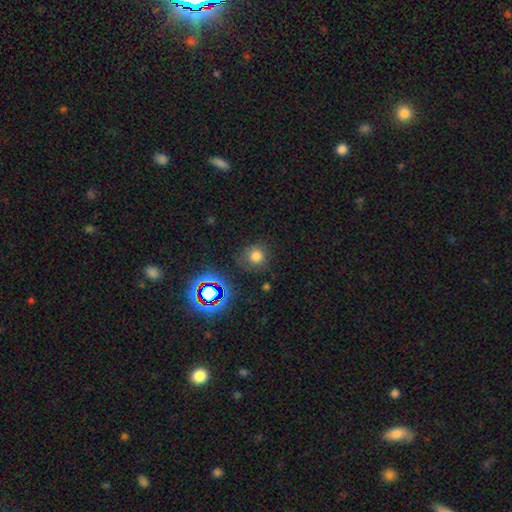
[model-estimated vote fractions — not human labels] Smooth or featured: smooth — 72% (star or artifact — 21%)
How rounded: round — 90% (in between — 9%)
Merging: none — 79% (minor disturbance — 13%)